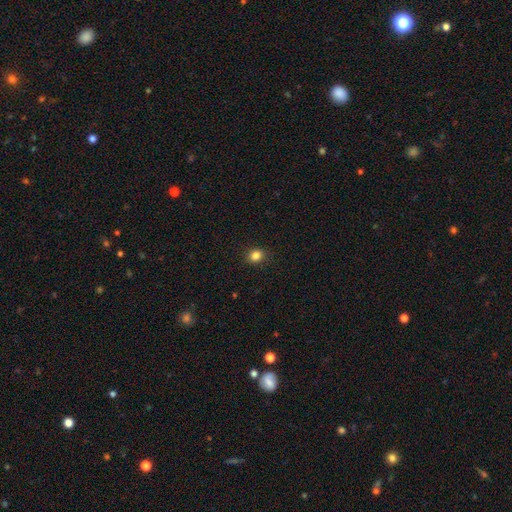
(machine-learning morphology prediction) Overall: smooth (84%). How rounded: round (75%). Merging: none (90%).